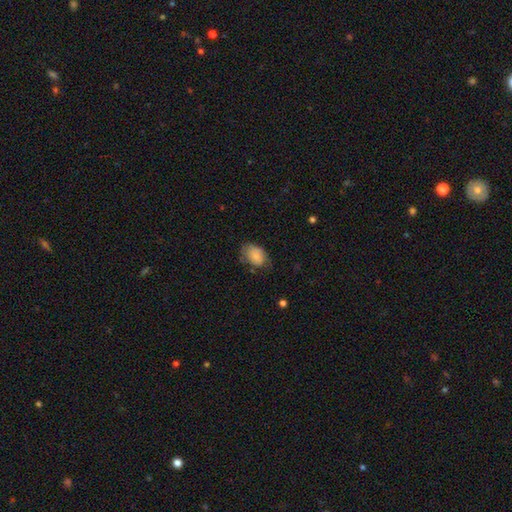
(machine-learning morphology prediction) Smooth or featured? smooth (81%)
How rounded? in between (82%)
Merging? none (57%)